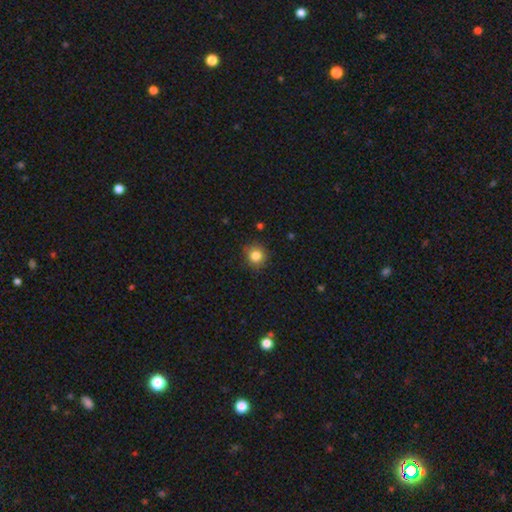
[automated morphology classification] A smooth galaxy with no disk features (84%) that is round (91%). Merging: none (87%).